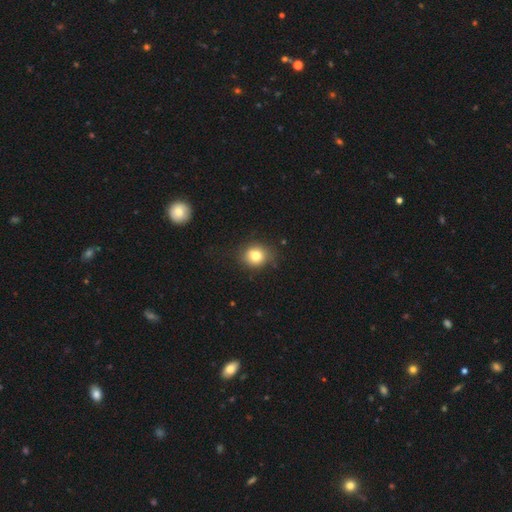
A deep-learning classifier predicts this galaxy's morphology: The model was most divided on "how rounded": round: 75%, in between: 24%, cigar-shaped: 1%. More confident: smooth or featured — smooth (79%); merging — none (78%).